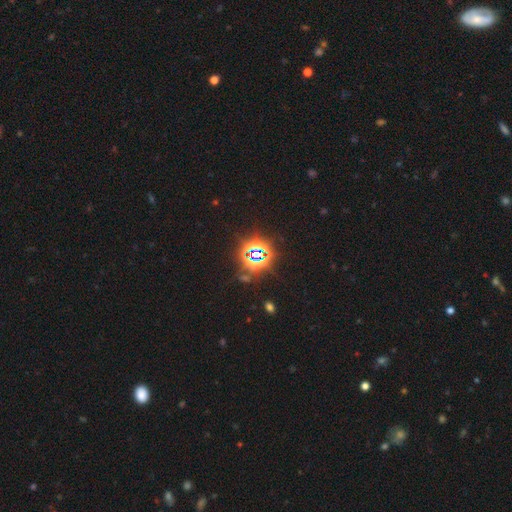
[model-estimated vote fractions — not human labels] Overall: star or artifact (81%).